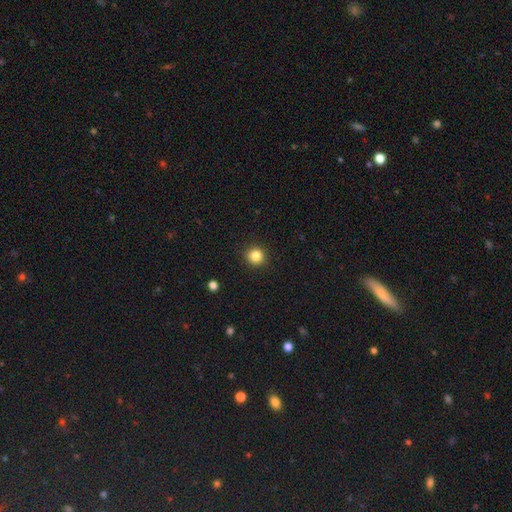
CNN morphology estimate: smooth 84%, star or artifact 11%, featured or disk 4%. Down the decision tree: how rounded — round (92%); merging — none (92%).